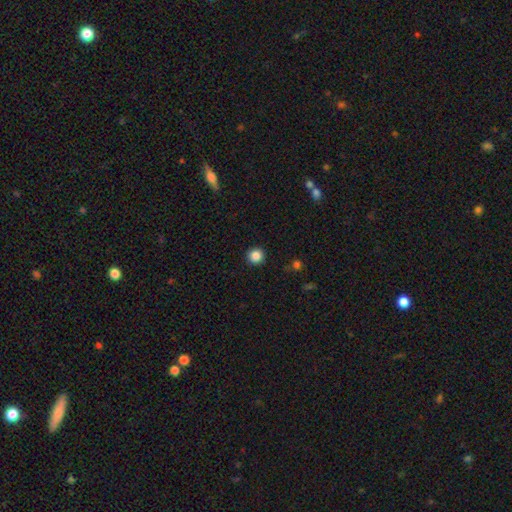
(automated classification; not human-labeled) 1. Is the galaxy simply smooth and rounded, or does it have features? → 86% smooth, 11% star or artifact, 4% featured or disk.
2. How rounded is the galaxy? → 96% round, 3% in between, 1% cigar-shaped.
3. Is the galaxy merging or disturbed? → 93% none, 5% minor disturbance, 2% major disturbance, 1% merger.